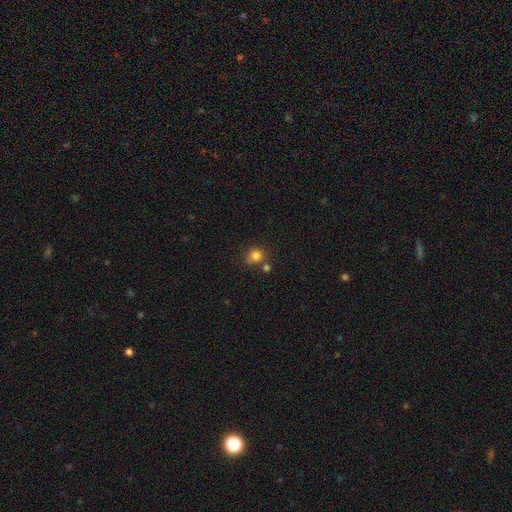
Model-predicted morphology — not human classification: smooth_or_featured: smooth (p=0.81) [alt: star or artifact p=0.12]
how_rounded: round (p=0.80) [alt: in between p=0.19]
merging: none (p=0.62) [alt: merger p=0.18]